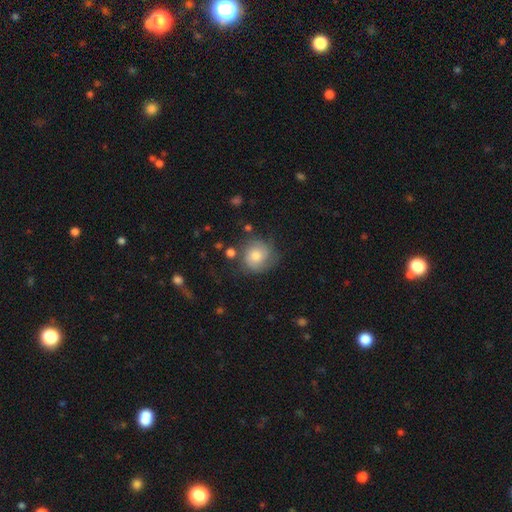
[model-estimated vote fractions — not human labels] This appears to be a smooth galaxy with no disk features (55%) that is round (85%). Merging: none (67%).